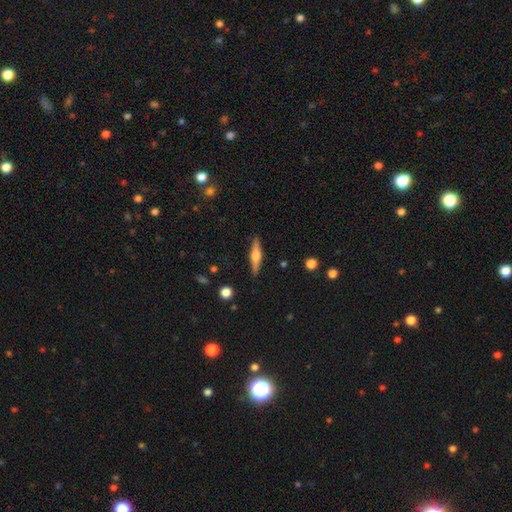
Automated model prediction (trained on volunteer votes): Smooth or featured? featured or disk (62%)
Edge-on disk? yes (97%)
Edge-on bulge? rounded (90%)
Merging? none (89%)